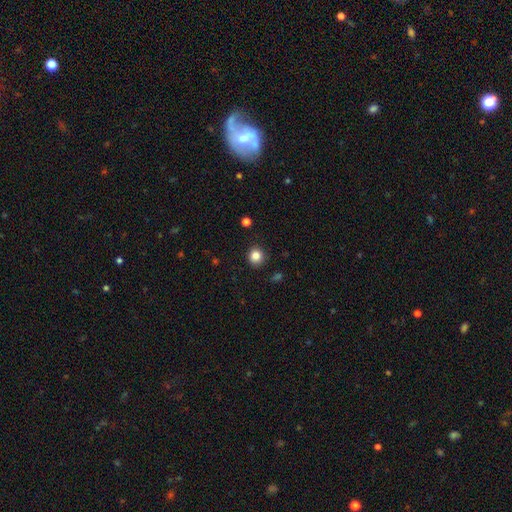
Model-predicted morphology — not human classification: This is clearly a smooth galaxy (84%). How rounded: clearly round (90%). Merging: clearly none (90%).